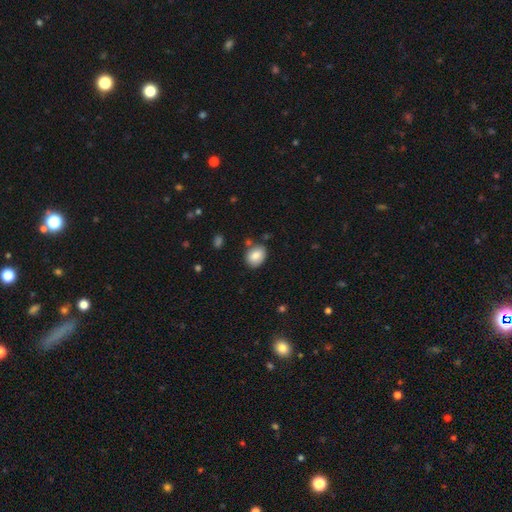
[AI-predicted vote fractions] smooth 85%, star or artifact 8%, featured or disk 7%. Down the decision tree: how rounded — in between (56%); merging — none (78%).